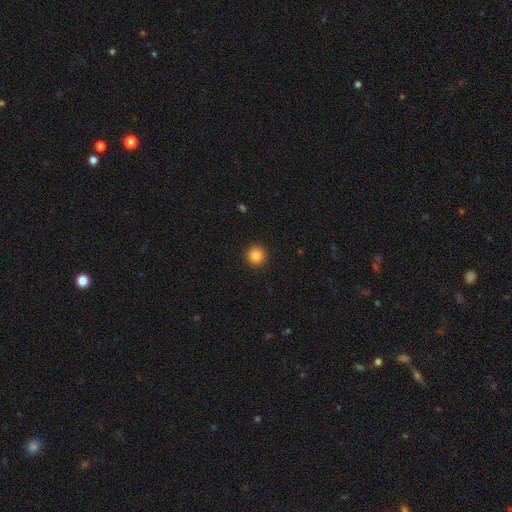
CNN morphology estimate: Smooth or featured?
  - smooth: 86% *
  - star or artifact: 10%
  - featured or disk: 4%
How rounded?
  - round: 95% *
  - in between: 4%
  - cigar-shaped: 1%
Merging?
  - none: 93% *
  - minor disturbance: 5%
  - major disturbance: 2%
  - merger: 1%